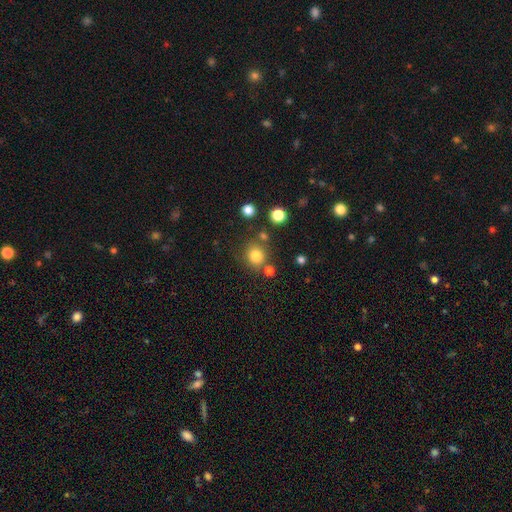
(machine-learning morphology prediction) smooth 80%, star or artifact 13%, featured or disk 6%. Down the decision tree: how rounded — round (87%); merging — none (76%).